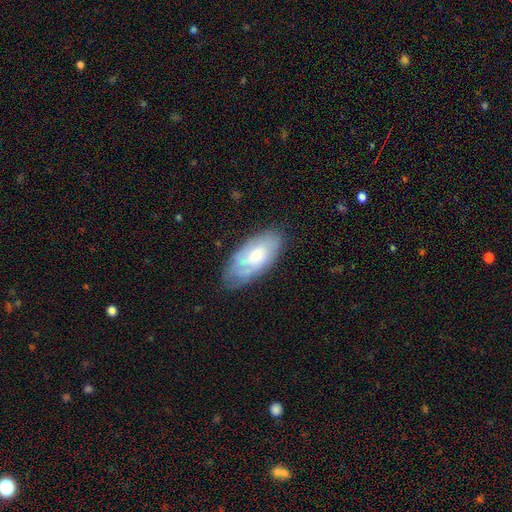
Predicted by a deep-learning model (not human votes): smooth_or_featured: featured or disk (p=0.50) [alt: smooth p=0.44]
merging: none (p=0.69) [alt: minor disturbance p=0.24]